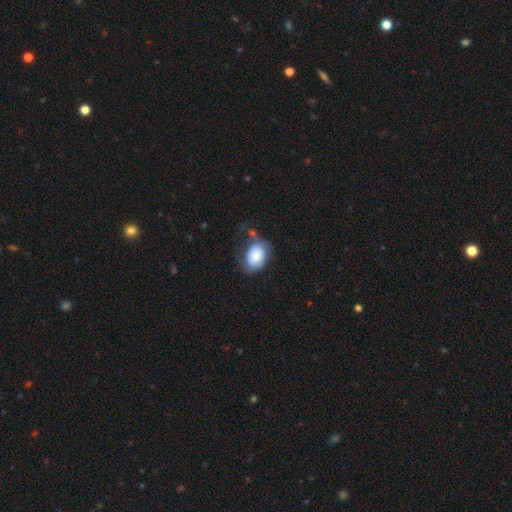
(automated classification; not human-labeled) A smooth galaxy with no disk features (76%) that is in between round and cigar-shaped (71%). Merging: none (44%).